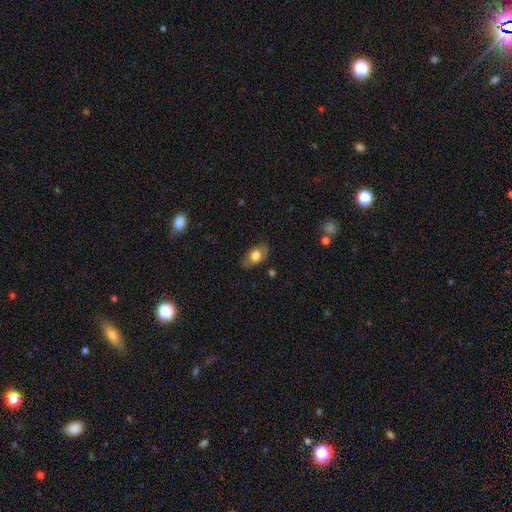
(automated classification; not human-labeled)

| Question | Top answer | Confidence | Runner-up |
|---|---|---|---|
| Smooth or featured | smooth | 68% | featured or disk (25%) |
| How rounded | in between | 90% | round (8%) |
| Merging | none | 81% | minor disturbance (14%) |